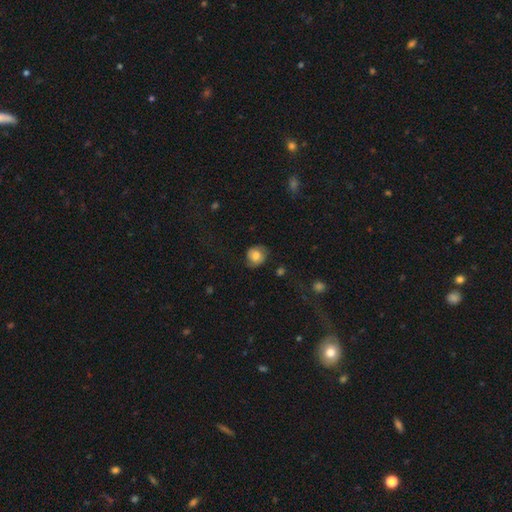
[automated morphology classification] Smooth or featured? smooth (74%)
How rounded? round (77%)
Merging? none (72%)